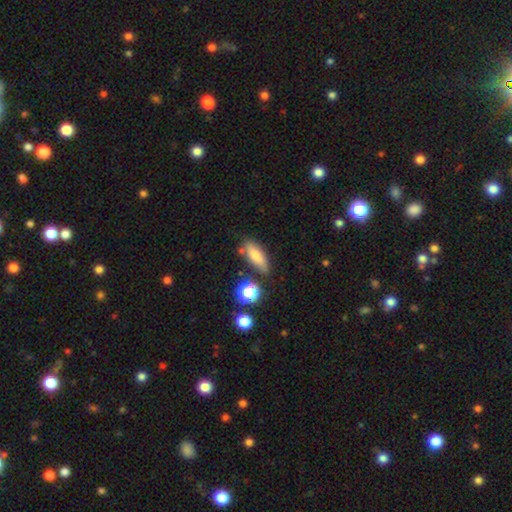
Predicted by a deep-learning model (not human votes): Overall: smooth (76%). How rounded: in between (58%; cigar-shaped 37%). Merging: none (72%).